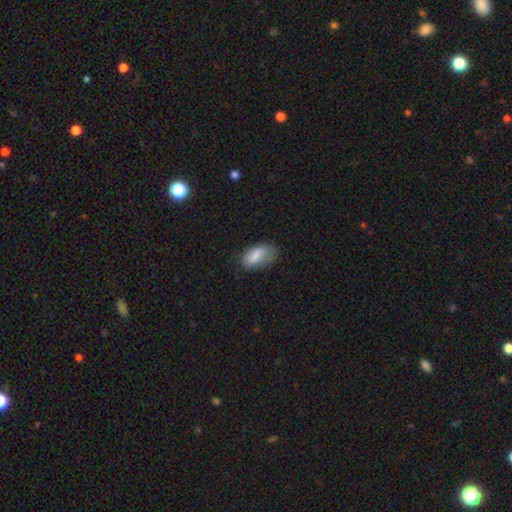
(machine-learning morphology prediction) smooth-or-featured: smooth: 82% | featured or disk: 10% | star or artifact: 7%
  how-rounded: in between: 91% | cigar-shaped: 5% | round: 4%
  merging: none: 59% | minor disturbance: 29% | major disturbance: 10% | merger: 2%